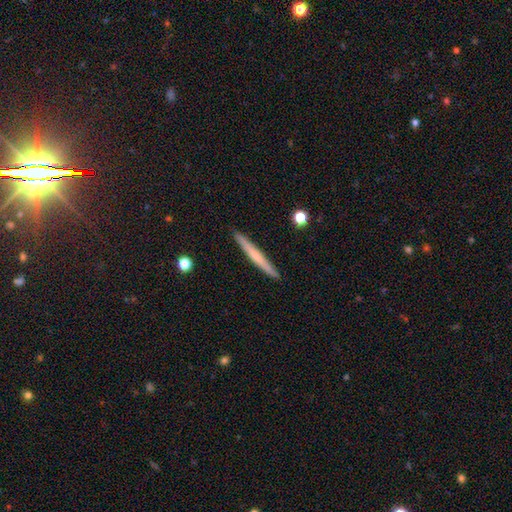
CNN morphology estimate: A smooth galaxy with no disk features (51%) that is cigar-shaped (97%).

Vote fractions:
- Smooth or featured? smooth: 51% / featured or disk: 43% / star or artifact: 6%
- How rounded? cigar-shaped: 97% / in between: 2% / round: 1%
- Merging? none: 92% / minor disturbance: 6% / major disturbance: 1% / merger: 1%